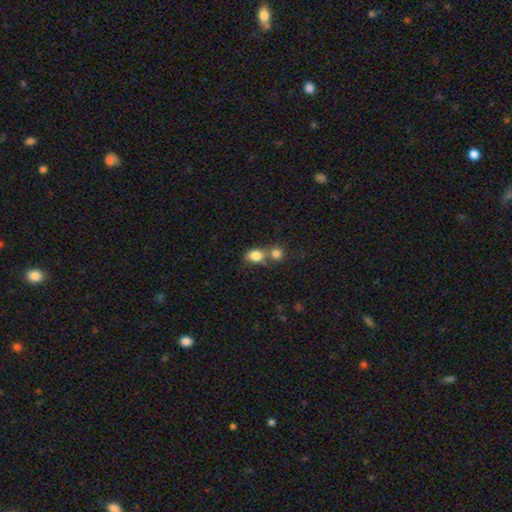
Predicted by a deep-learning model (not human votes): Smooth or featured? Predicted: smooth (p=0.82). How rounded? Predicted: in between (p=0.57). Merging? Predicted: merger (p=0.51).